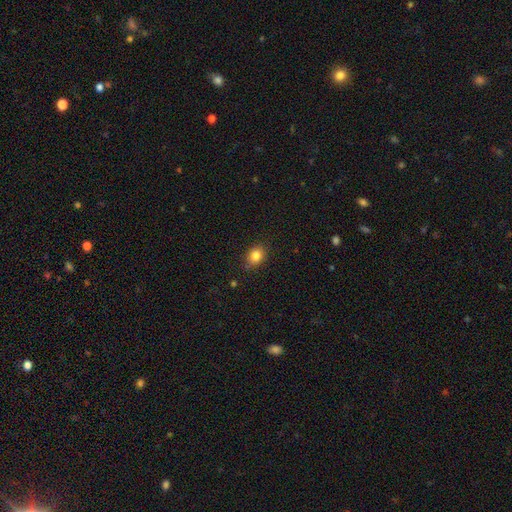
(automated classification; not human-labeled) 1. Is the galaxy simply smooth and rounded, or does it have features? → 85% smooth, 10% star or artifact, 6% featured or disk.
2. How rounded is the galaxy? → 54% in between, 45% round, 1% cigar-shaped.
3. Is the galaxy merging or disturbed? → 80% none, 16% minor disturbance, 3% major disturbance, 1% merger.